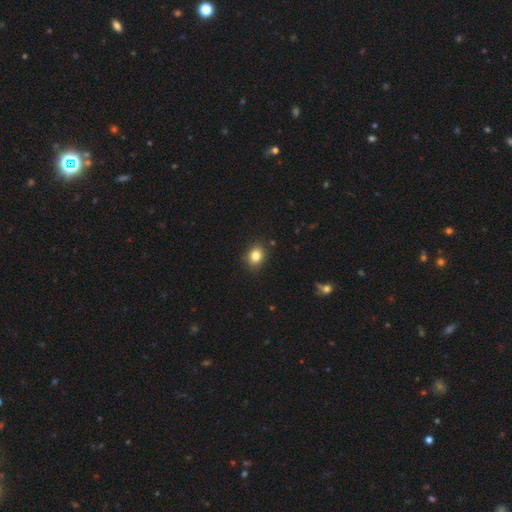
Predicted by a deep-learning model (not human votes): This is clearly a smooth galaxy (83%). How rounded: possibly round (51%). Merging: clearly none (87%).